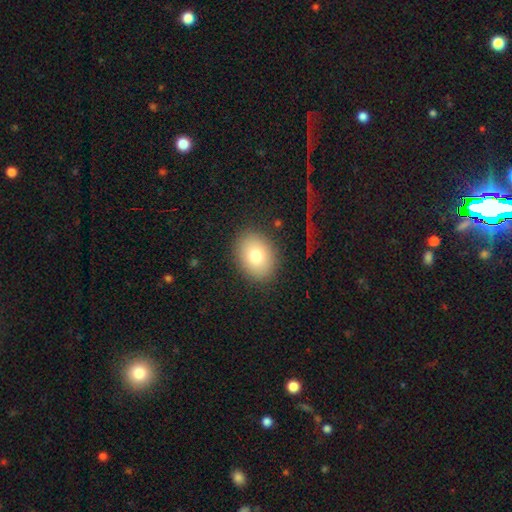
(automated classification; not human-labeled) A smooth galaxy with no disk features (78%) that is in between round and cigar-shaped (63%).

Vote fractions:
- Smooth or featured? smooth: 78% / featured or disk: 13% / star or artifact: 9%
- How rounded? in between: 63% / round: 36% / cigar-shaped: 1%
- Merging? none: 86% / minor disturbance: 9% / major disturbance: 3% / merger: 1%